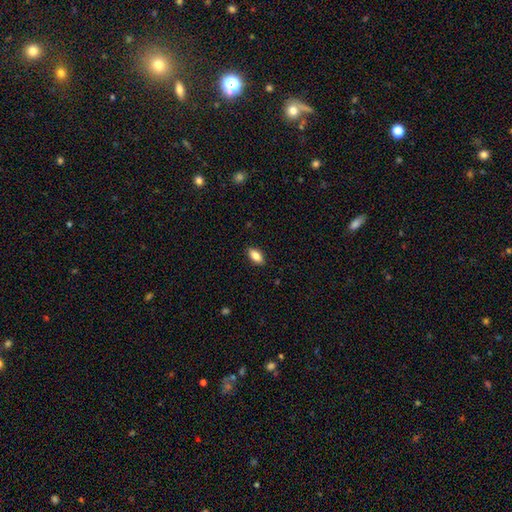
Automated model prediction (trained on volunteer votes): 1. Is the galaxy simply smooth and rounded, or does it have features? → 83% smooth, 10% featured or disk, 7% star or artifact.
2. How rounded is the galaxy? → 89% in between, 8% cigar-shaped, 3% round.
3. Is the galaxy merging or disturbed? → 89% none, 8% minor disturbance, 2% major disturbance, 1% merger.